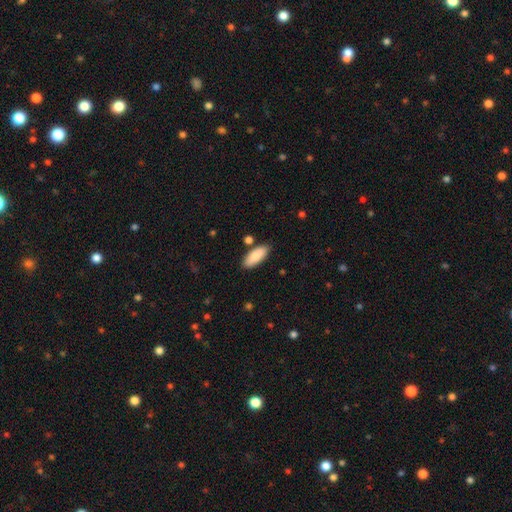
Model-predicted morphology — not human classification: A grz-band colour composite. It shows a smooth galaxy with no disk features (87%) that is in between round and cigar-shaped (80%). Merging: none (83%).